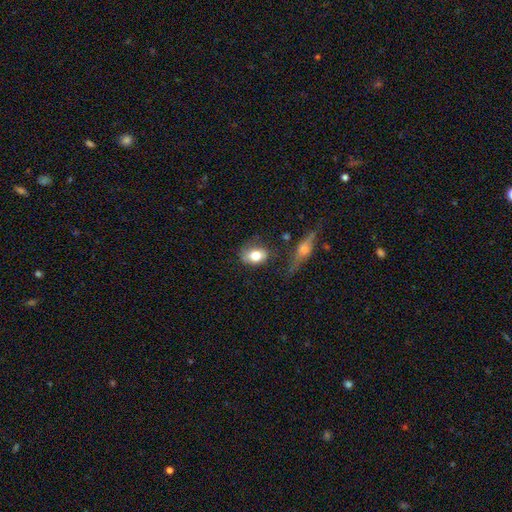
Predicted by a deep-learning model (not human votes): The model was most divided on "merging": none: 61%, minor disturbance: 24%, major disturbance: 8%, merger: 6%. More confident: smooth or featured — smooth (76%); how rounded — in between (75%).